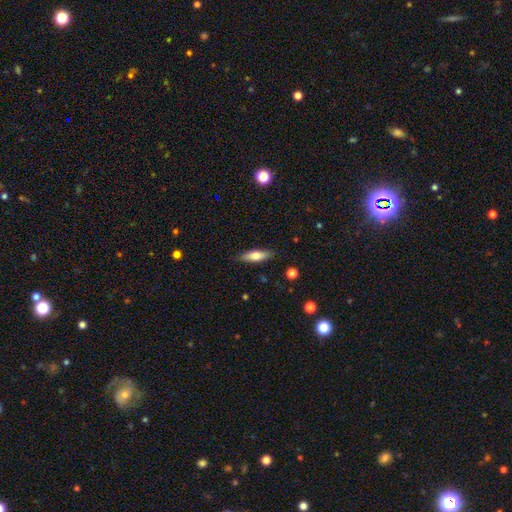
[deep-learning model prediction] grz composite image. It shows a smooth galaxy with no disk features (67%) that is cigar-shaped (52%). Merging: none (87%).